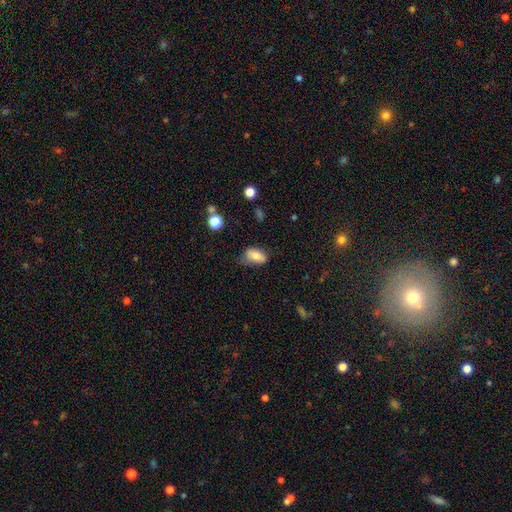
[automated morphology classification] Overall: smooth (78%). How rounded: in between (89%). Merging: none (53%; minor disturbance 35%).